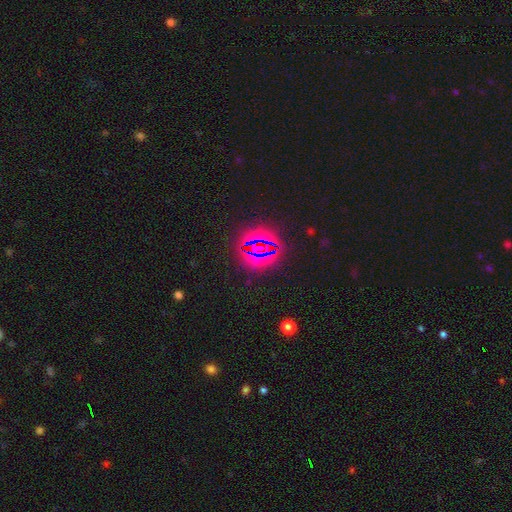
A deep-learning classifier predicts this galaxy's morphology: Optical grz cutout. It shows a star or artifact, not a galaxy (79%).